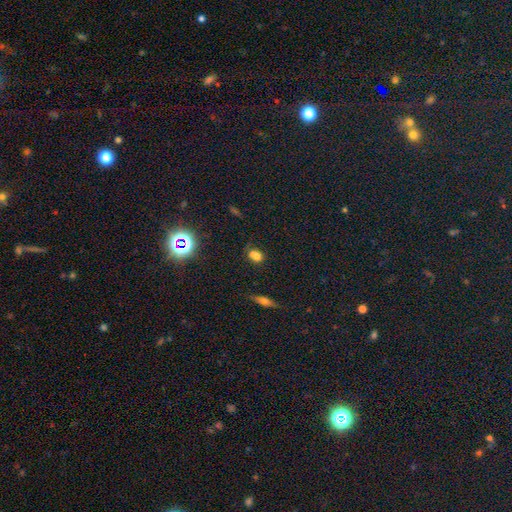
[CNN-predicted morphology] Smooth or featured? Predicted: smooth (p=0.66). How rounded? Predicted: in between (p=0.51). Merging? Predicted: none (p=0.55).